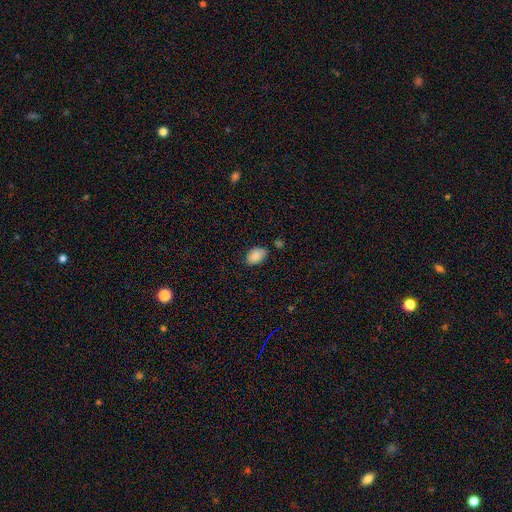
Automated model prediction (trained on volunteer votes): A smooth galaxy with no disk features (88%) that is in between round and cigar-shaped (89%). Merging: none (70%).